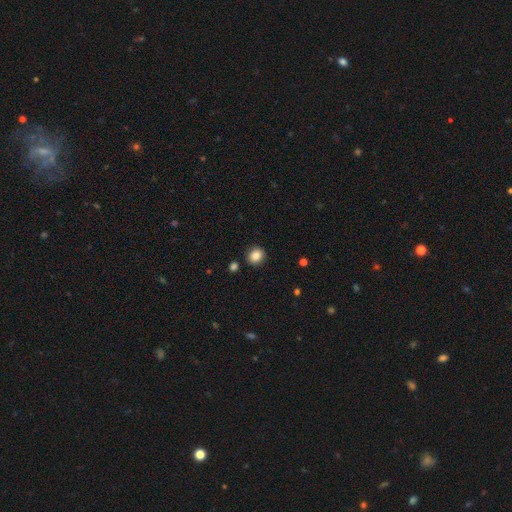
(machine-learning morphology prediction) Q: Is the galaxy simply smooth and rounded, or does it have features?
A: smooth — 86%.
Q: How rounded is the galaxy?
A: round — 73%.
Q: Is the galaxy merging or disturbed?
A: none — 88%.